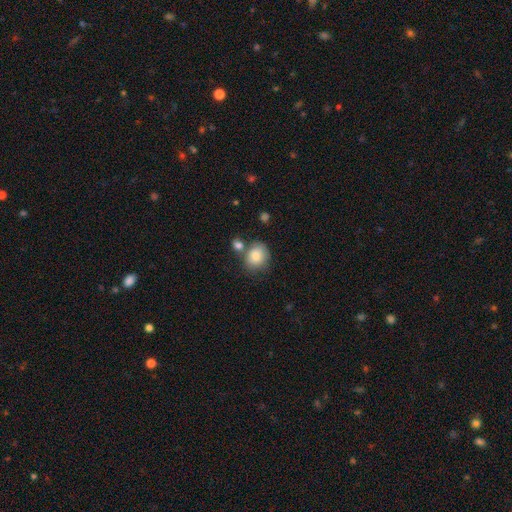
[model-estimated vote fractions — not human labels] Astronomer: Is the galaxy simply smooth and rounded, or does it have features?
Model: smooth — 84%.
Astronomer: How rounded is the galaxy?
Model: round — 57% (runner-up: in between, 42%).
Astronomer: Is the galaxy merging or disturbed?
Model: none — 57%.